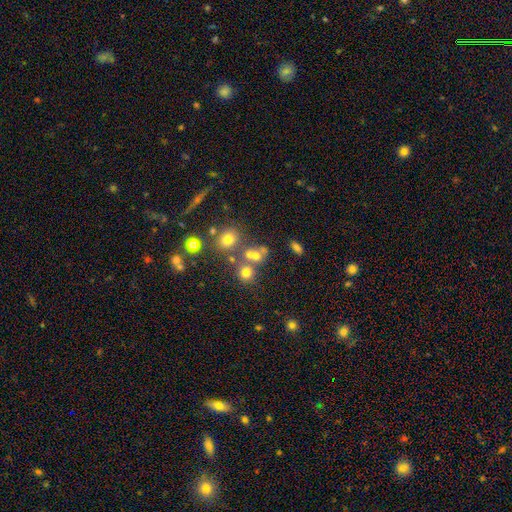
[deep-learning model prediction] This appears to be a smooth galaxy with no disk features (63%) that is round (68%). Merging: none (47%).